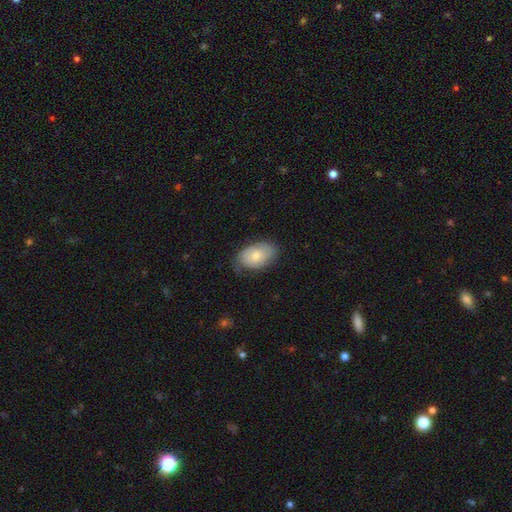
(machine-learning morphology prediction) The model was most divided on "merging": none: 60%, minor disturbance: 30%, major disturbance: 8%, merger: 1%. More confident: how rounded — in between (89%); smooth or featured — smooth (69%).